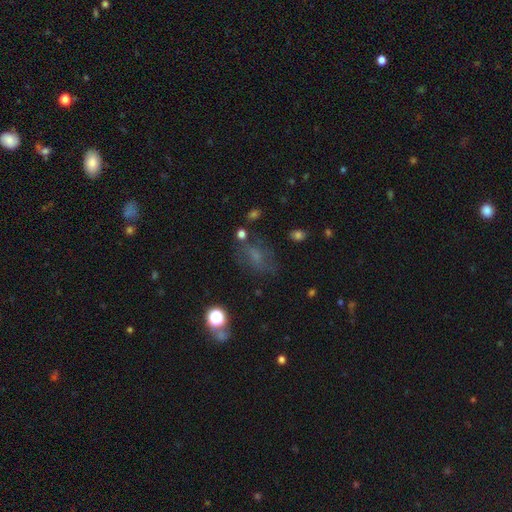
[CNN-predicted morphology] This appears to be a smooth galaxy with no disk features (44%). Merging: none (57%).